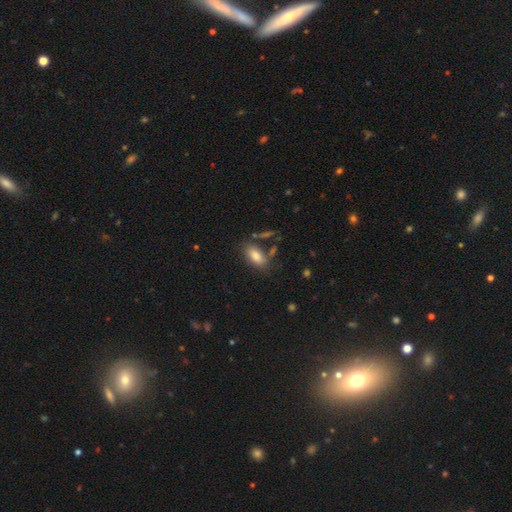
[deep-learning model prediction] Morphology: type=smooth (82%); roundness=in between (87%); merging=none (71%).